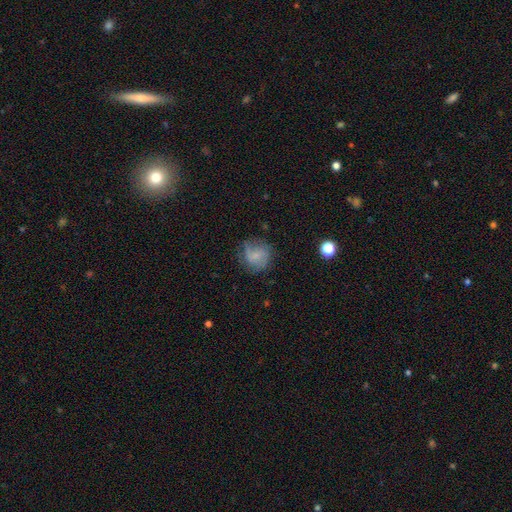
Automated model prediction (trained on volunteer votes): Overall: smooth (52%; featured or disk 38%). How rounded: round (81%). Merging: none (64%).